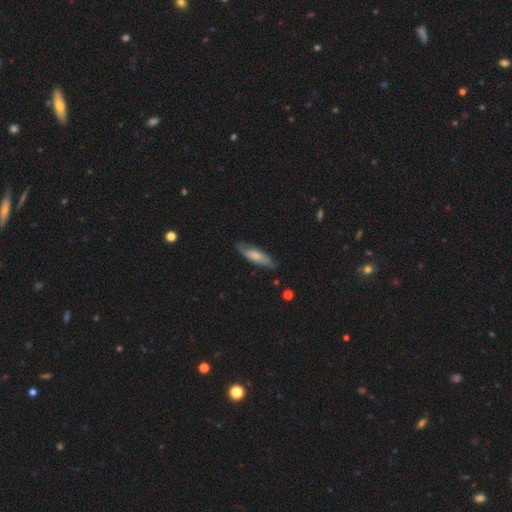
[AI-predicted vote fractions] A smooth galaxy with no disk features (60%) that is in between round and cigar-shaped (49%, tied with cigar-shaped).

Vote fractions:
- Smooth or featured? smooth: 60% / featured or disk: 35% / star or artifact: 6%
- How rounded? in between: 49% (tied) / cigar-shaped: 49% (tied) / round: 2%
- Merging? none: 72% / minor disturbance: 22% / major disturbance: 5% / merger: 2%